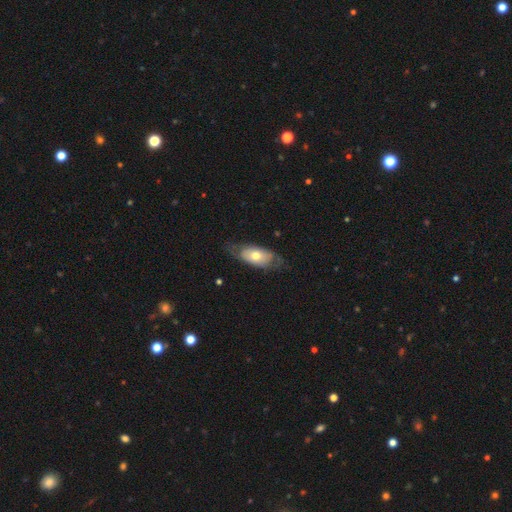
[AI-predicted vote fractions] smooth_or_featured: smooth (p=0.54) [alt: featured or disk p=0.40]
how_rounded: in between (p=0.87) [alt: cigar-shaped p=0.08]
merging: none (p=0.62) [alt: minor disturbance p=0.25]